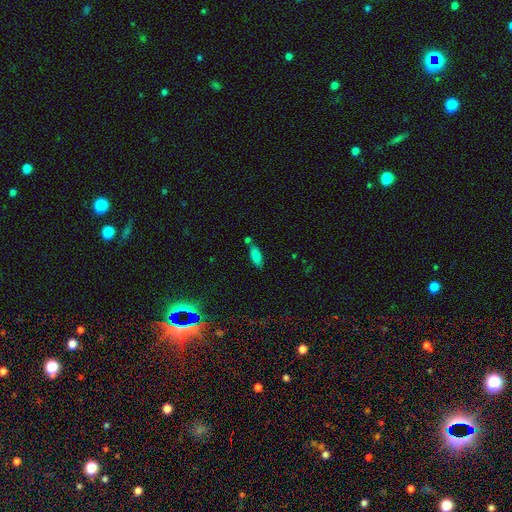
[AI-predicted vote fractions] Overall: smooth (81%). How rounded: in between (72%). Merging: none (64%).